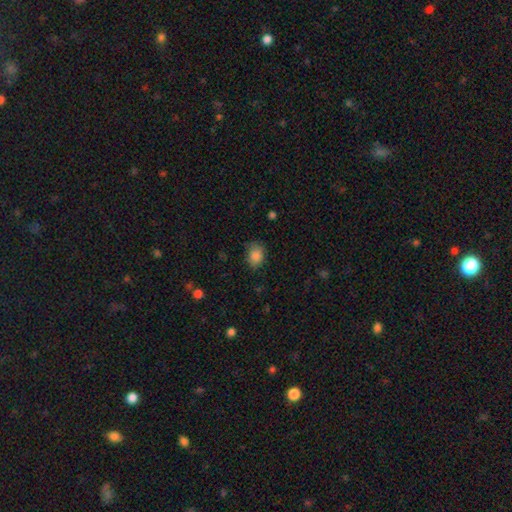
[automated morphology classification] A smooth galaxy with no disk features (86%) that is in between round and cigar-shaped (63%).

Vote fractions:
- Smooth or featured? smooth: 86% / star or artifact: 9% / featured or disk: 5%
- How rounded? in between: 63% / round: 36% / cigar-shaped: 1%
- Merging? none: 75% / minor disturbance: 19% / major disturbance: 4% / merger: 1%